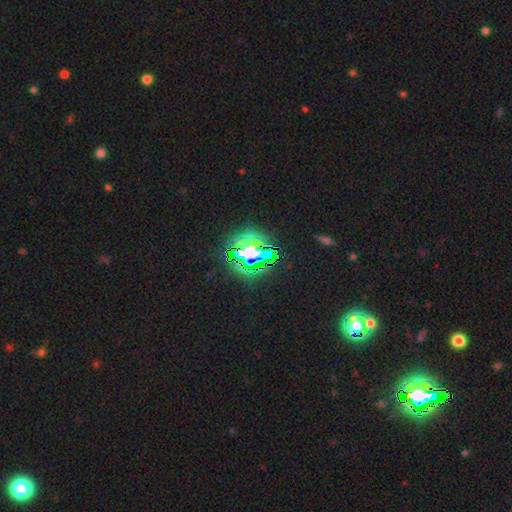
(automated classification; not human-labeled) This is likely a star or artifact rather than a galaxy (73%).